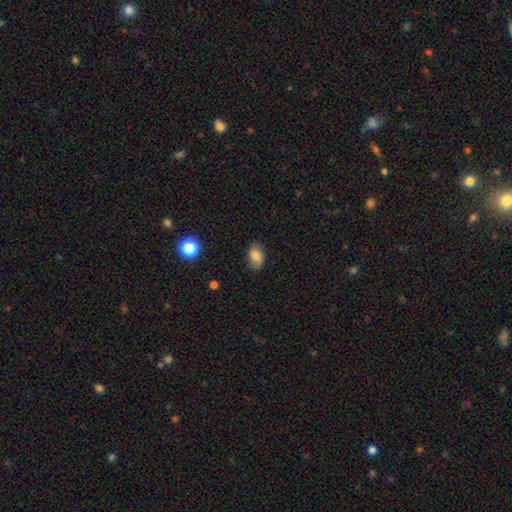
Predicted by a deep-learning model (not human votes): A smooth galaxy with no disk features (78%) that is in between round and cigar-shaped (87%).

Vote fractions:
- Smooth or featured? smooth: 78% / featured or disk: 12% / star or artifact: 10%
- How rounded? in between: 87% / round: 11% / cigar-shaped: 2%
- Merging? none: 77% / minor disturbance: 18% / major disturbance: 4% / merger: 1%